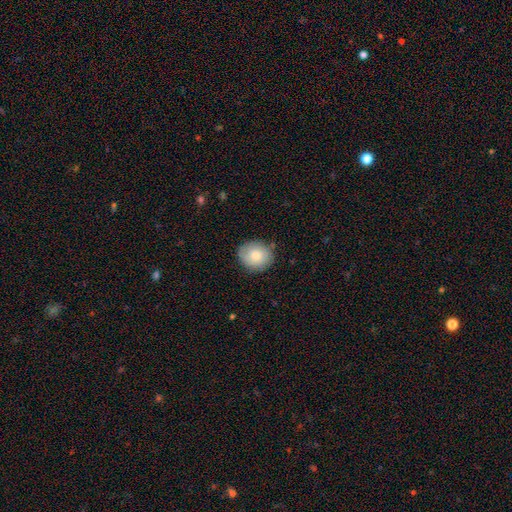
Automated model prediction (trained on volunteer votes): Smooth or featured: smooth — 80% (featured or disk — 13%)
How rounded: round — 71% (in between — 28%)
Merging: none — 83% (minor disturbance — 13%)